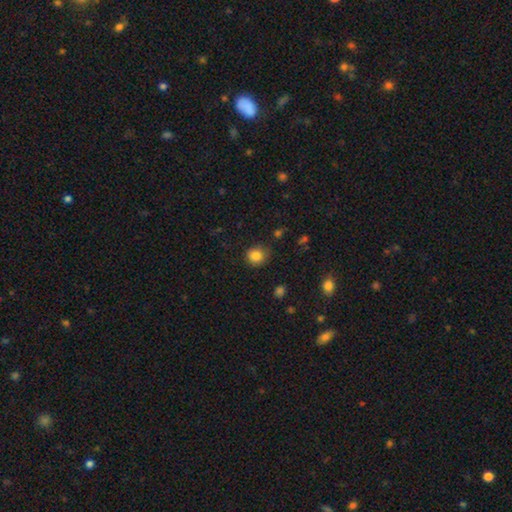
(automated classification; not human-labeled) A smooth galaxy with no disk features (84%) that is round (83%). Merging: none (77%).